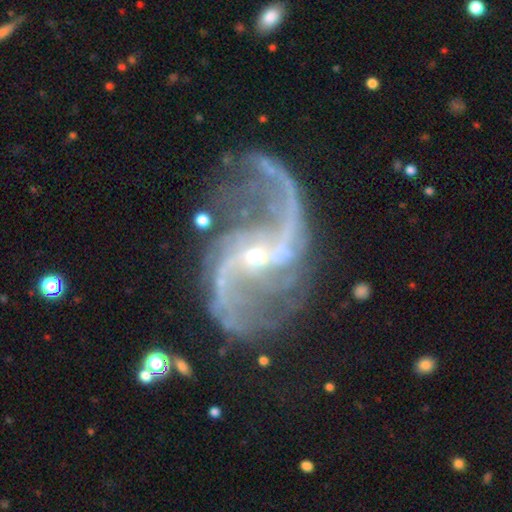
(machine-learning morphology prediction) featured or disk 93%, star or artifact 5%, smooth 2%. Down the decision tree: edge-on disk — no (98%); bar — no (37%); spiral arms — yes (98%); spiral arm count — 2 (92%); spiral winding — loose (68%); bulge size — small (82%); merging — none (69%).